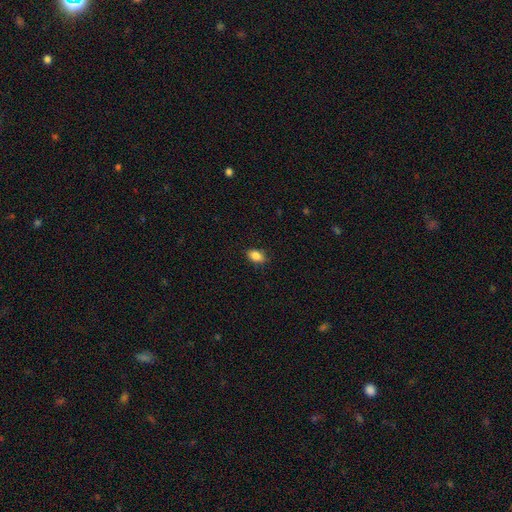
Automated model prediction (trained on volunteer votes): Morphology: type=smooth (87%); roundness=in between (85%); merging=none (84%).